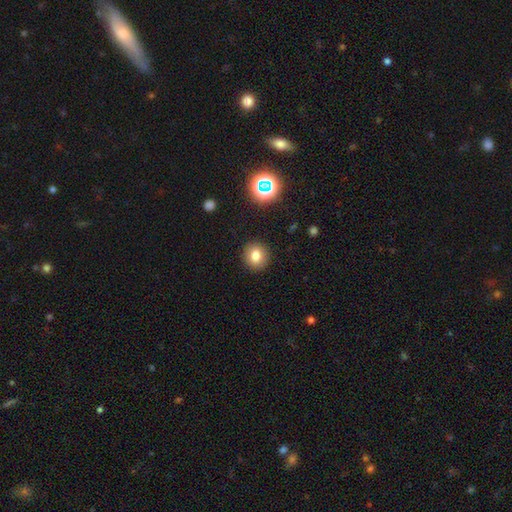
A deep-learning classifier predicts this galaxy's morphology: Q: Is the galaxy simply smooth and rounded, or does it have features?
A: smooth — 78%.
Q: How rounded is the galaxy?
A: round — 86%.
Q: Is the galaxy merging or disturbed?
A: none — 90%.